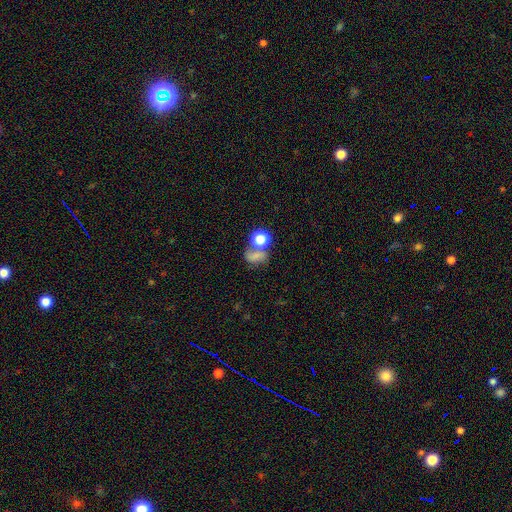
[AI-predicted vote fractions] This appears to be a smooth galaxy with no disk features (63%) that is in between round and cigar-shaped (55%). Merging: merger (38%).